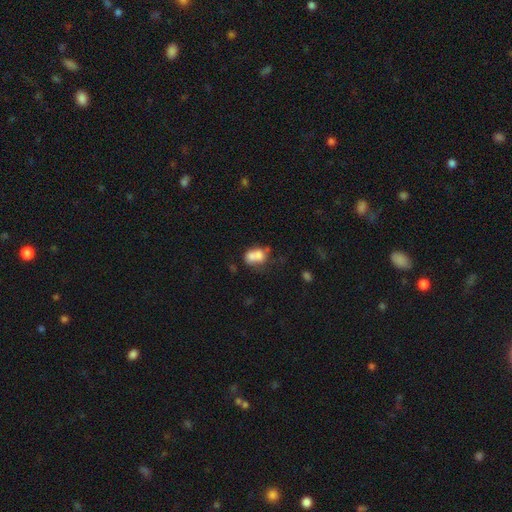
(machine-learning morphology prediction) Smooth or featured: smooth — 68% (featured or disk — 21%)
How rounded: in between — 60% (round — 38%)
Merging: merger — 56% (none — 22%)